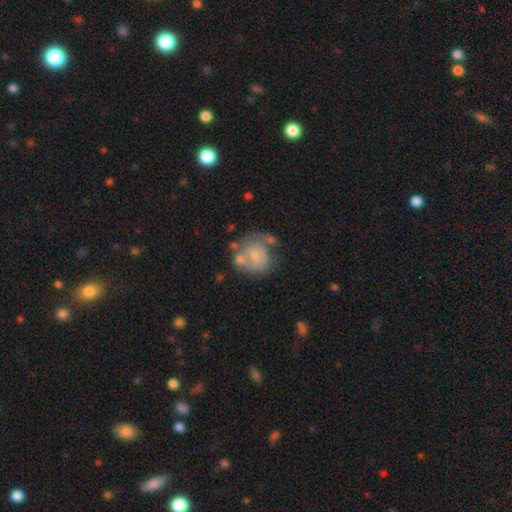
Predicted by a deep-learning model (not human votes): smooth-or-featured: smooth: 52% | featured or disk: 40% | star or artifact: 8%
  how-rounded: round: 82% | in between: 17% | cigar-shaped: 1%
  merging: none: 41% | minor disturbance: 23% | merger: 19% | major disturbance: 17%